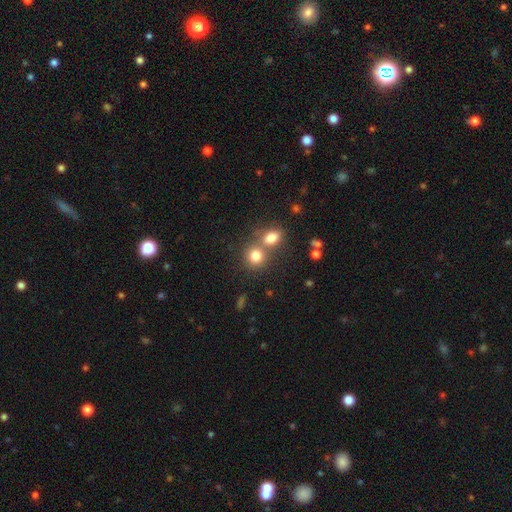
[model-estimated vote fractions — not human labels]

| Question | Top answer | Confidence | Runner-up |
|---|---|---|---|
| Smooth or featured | smooth | 80% | star or artifact (11%) |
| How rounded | round | 77% | in between (21%) |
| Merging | none | 46% | merger (43%) |